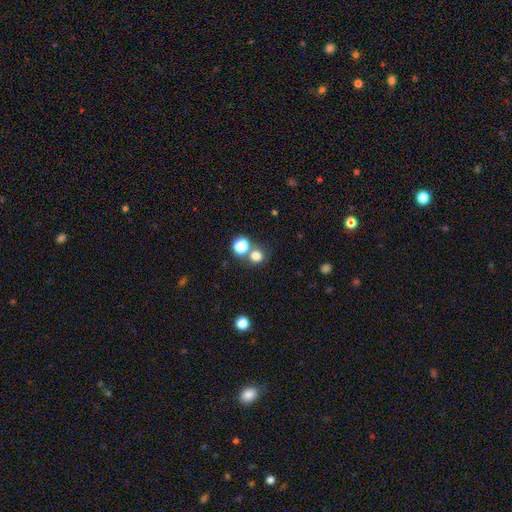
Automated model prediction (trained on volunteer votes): The model was most divided on "merging": none: 65%, merger: 25%, minor disturbance: 7%, major disturbance: 4%. More confident: how rounded — round (89%); smooth or featured — smooth (75%).